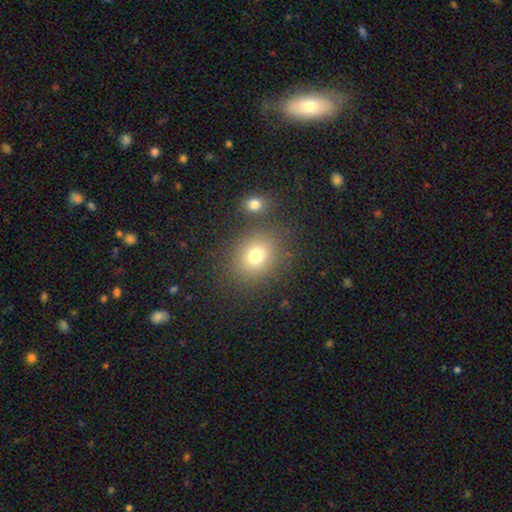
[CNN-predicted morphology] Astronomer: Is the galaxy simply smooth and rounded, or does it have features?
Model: smooth — 75%.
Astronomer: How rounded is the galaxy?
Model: round — 66%.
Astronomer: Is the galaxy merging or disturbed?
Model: none — 78%.